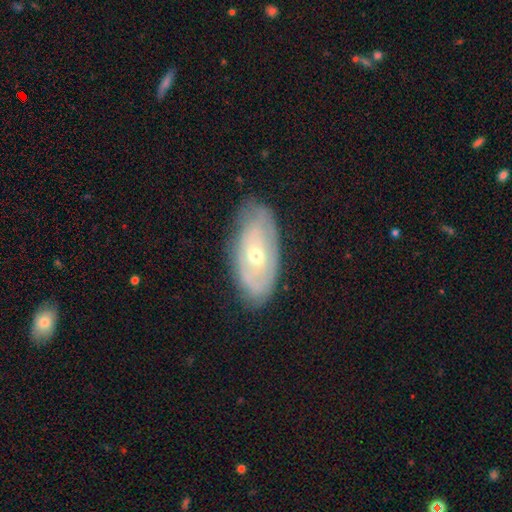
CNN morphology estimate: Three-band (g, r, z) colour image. It shows a featured or disk galaxy (64%) with no bar (72%), spiral arms (57%) and a moderate central bulge (54%). Merging: none (74%).